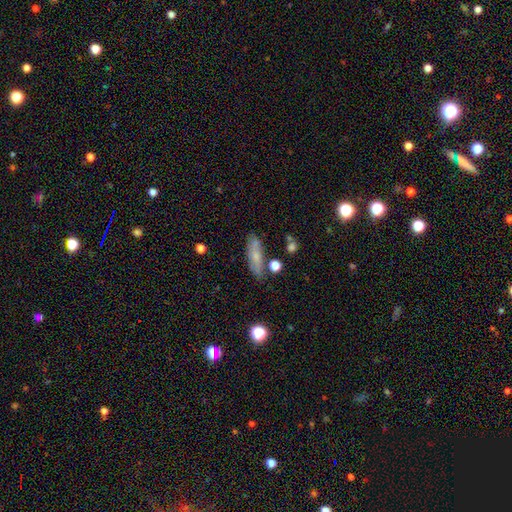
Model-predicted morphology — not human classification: A smooth galaxy with no disk features (63%) that is in between round and cigar-shaped (50%).

Vote fractions:
- Smooth or featured? smooth: 63% / featured or disk: 27% / star or artifact: 10%
- How rounded? in between: 50% / cigar-shaped: 46% / round: 4%
- Merging? none: 74% / minor disturbance: 17% / merger: 5% / major disturbance: 4%